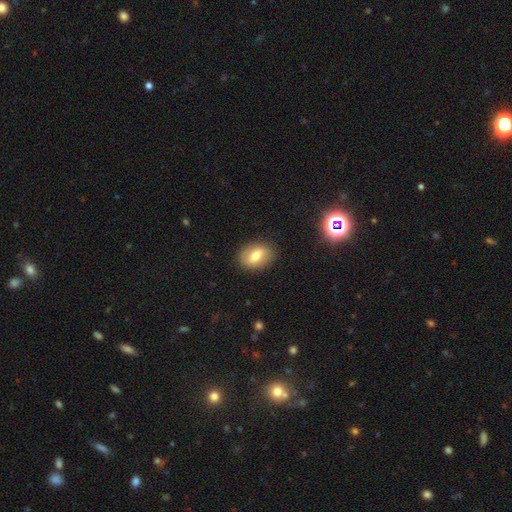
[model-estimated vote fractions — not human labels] This appears to be a smooth galaxy with no disk features (66%) that is in between round and cigar-shaped (76%). Merging: none (84%).